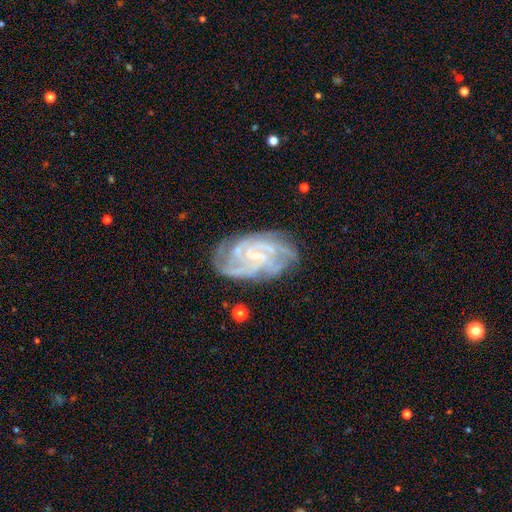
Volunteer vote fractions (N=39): This appears to be a featured or disk galaxy (97%) with no bar (51%), 4 (35%) tight (65%) spiral arms (100%) and a small central bulge (89%). Merging: none (82%).